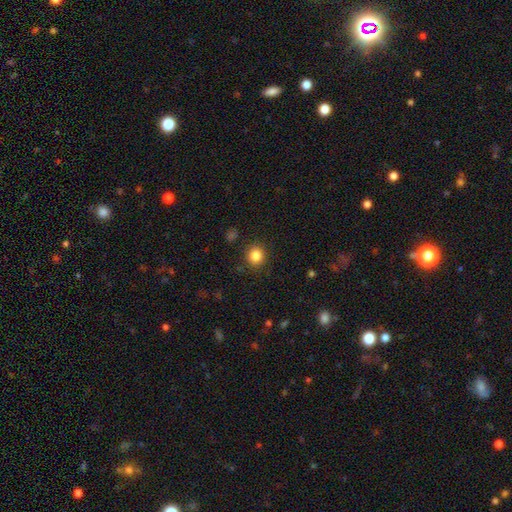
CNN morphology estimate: A smooth galaxy with no disk features (84%) that is round (85%).

Vote fractions:
- Smooth or featured? smooth: 84% / star or artifact: 11% / featured or disk: 5%
- How rounded? round: 85% / in between: 14% / cigar-shaped: 1%
- Merging? none: 89% / minor disturbance: 7% / major disturbance: 2% / merger: 1%